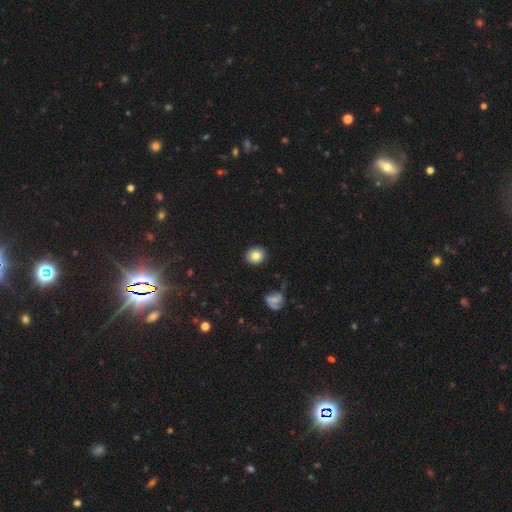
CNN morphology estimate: Smooth or featured: smooth — 83% (star or artifact — 9%)
How rounded: round — 80% (in between — 19%)
Merging: none — 89% (minor disturbance — 7%)